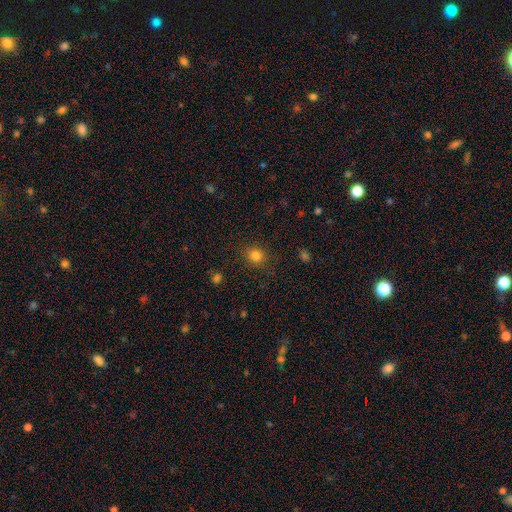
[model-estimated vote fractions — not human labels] Q: Smooth or featured?
A: smooth (80%); runner-up: star or artifact (14%)
Q: How rounded?
A: round (81%); runner-up: in between (18%)
Q: Merging?
A: none (85%); runner-up: minor disturbance (10%)